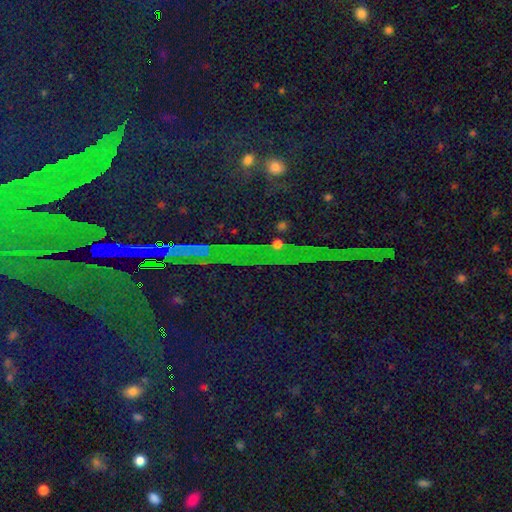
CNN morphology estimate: Smooth or featured? star or artifact (83%)